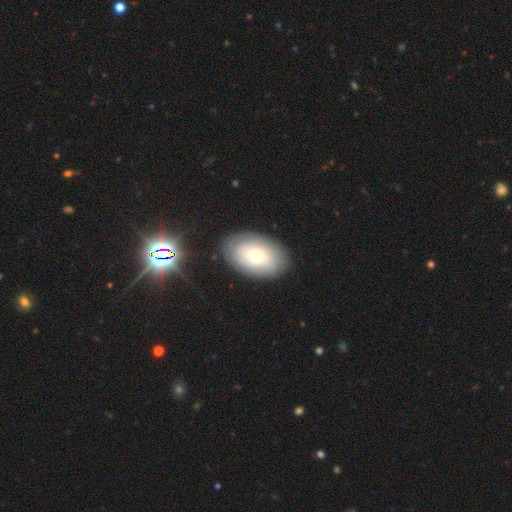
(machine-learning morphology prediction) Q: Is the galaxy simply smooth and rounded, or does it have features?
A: smooth — 57%.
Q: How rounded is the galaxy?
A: in between — 90%.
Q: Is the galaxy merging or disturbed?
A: none — 84%.